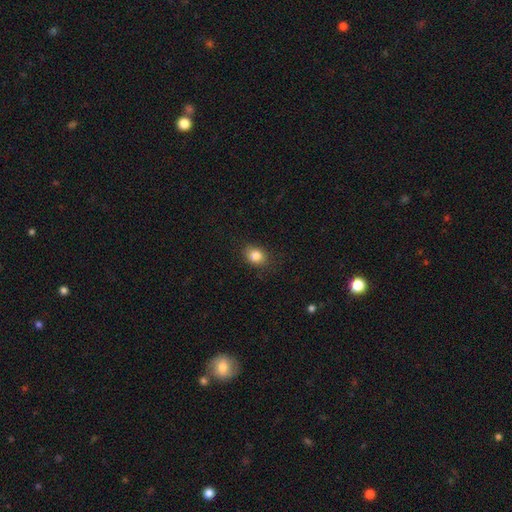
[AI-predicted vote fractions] Morphology: type=smooth (83%); roundness=in between (55%); merging=none (81%).